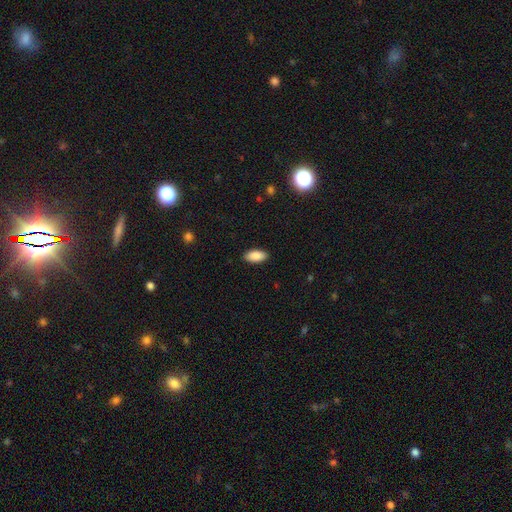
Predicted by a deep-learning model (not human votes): Smooth or featured?
  - smooth: 89% *
  - star or artifact: 7%
  - featured or disk: 5%
How rounded?
  - in between: 91% *
  - cigar-shaped: 7%
  - round: 2%
Merging?
  - none: 89% *
  - minor disturbance: 8%
  - major disturbance: 2%
  - merger: 1%